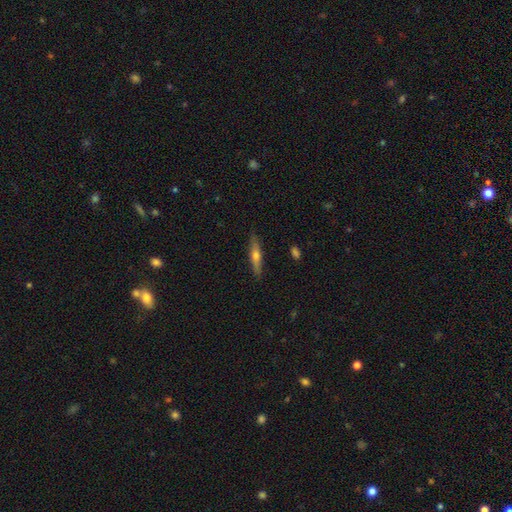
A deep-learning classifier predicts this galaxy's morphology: A featured or disk galaxy (50%) viewed edge-on (92%).

Vote fractions:
- Smooth or featured? featured or disk: 50% / smooth: 43% / star or artifact: 7%
- Edge-on disk? yes: 92% / no: 8%
- Merging? none: 88% / minor disturbance: 9% / major disturbance: 2% / merger: 1%